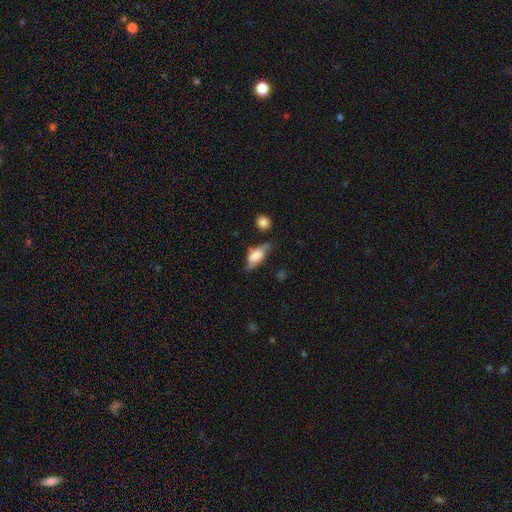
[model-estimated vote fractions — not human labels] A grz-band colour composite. It shows a smooth galaxy with no disk features (64%) that is in between round and cigar-shaped (77%). Merging: none (49%).